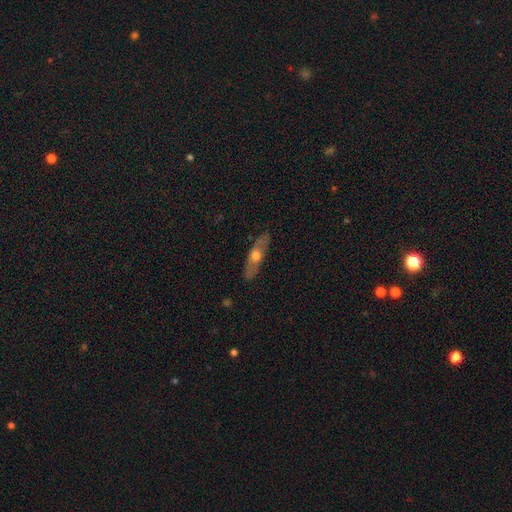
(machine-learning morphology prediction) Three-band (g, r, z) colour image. It shows a featured or disk galaxy (50%). Merging: none (85%).